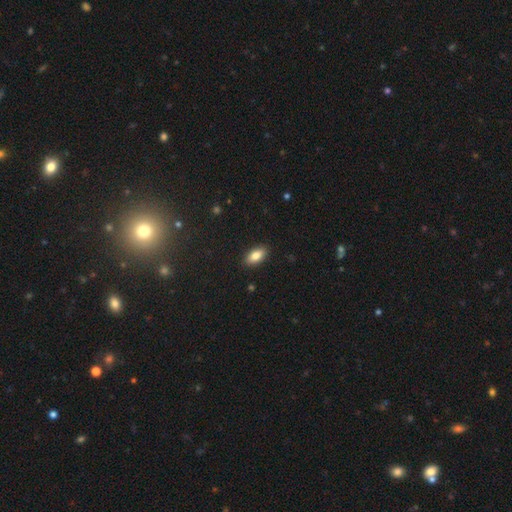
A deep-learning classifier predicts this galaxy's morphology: Smooth or featured: smooth — 83% (featured or disk — 10%)
How rounded: in between — 90% (cigar-shaped — 6%)
Merging: none — 89% (minor disturbance — 8%)